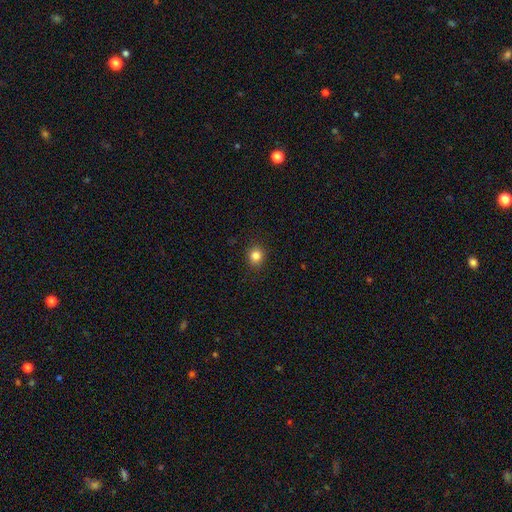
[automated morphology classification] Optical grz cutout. It shows a smooth galaxy with no disk features (83%) that is round (81%). Merging: none (90%).